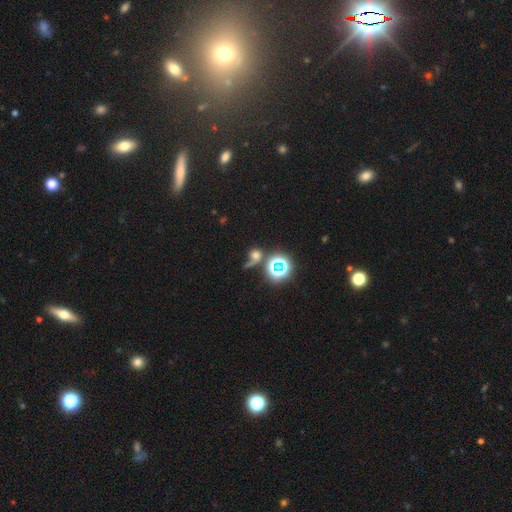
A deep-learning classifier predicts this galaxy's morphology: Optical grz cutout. It shows a smooth galaxy with no disk features (47%). Merging: none (43%).